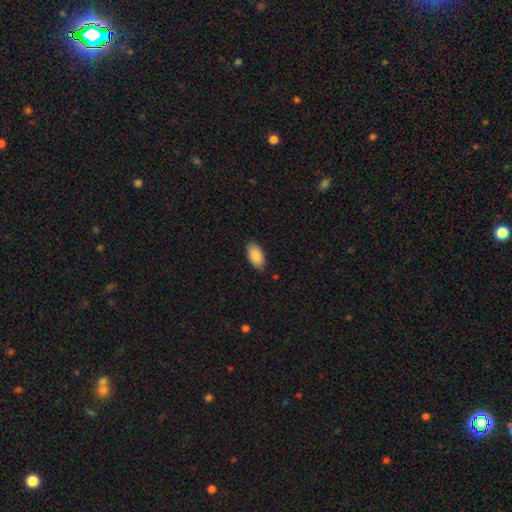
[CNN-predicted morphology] Q: Smooth or featured?
A: smooth (90%); runner-up: star or artifact (6%)
Q: How rounded?
A: in between (95%); runner-up: round (3%)
Q: Merging?
A: none (83%); runner-up: minor disturbance (14%)